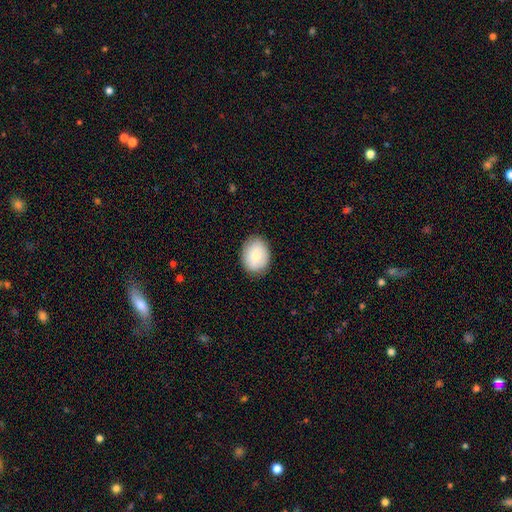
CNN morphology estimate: Smooth or featured?
  - smooth: 80% *
  - featured or disk: 14%
  - star or artifact: 7%
How rounded?
  - in between: 64% *
  - round: 35%
  - cigar-shaped: 1%
Merging?
  - none: 86% *
  - minor disturbance: 11%
  - major disturbance: 2%
  - merger: 1%